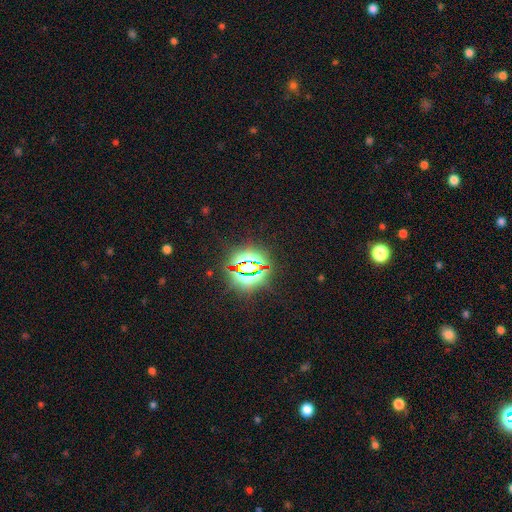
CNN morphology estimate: Overall: star or artifact (82%).